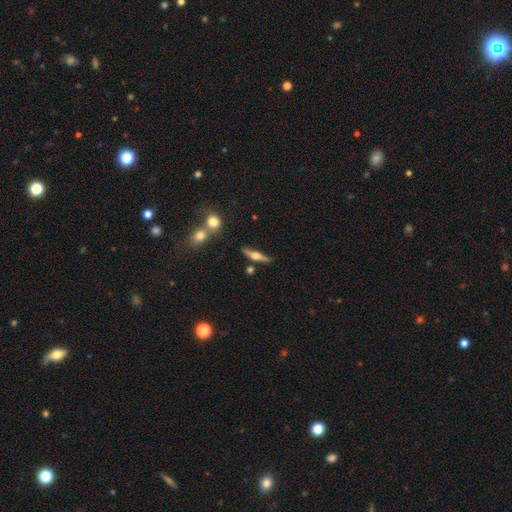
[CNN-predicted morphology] smooth-or-featured: featured or disk: 71% | smooth: 23% | star or artifact: 7%
  disk-edge-on: yes: 96% | no: 4%
    edge-on-bulge: rounded: 93% | boxy: 5% | none: 2%
  merging: none: 78% | minor disturbance: 11% | merger: 7% | major disturbance: 3%